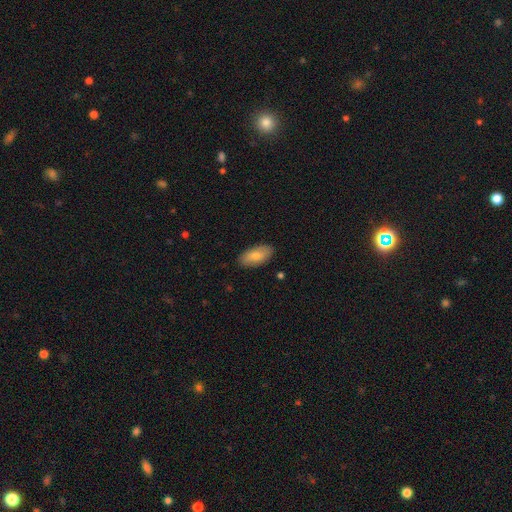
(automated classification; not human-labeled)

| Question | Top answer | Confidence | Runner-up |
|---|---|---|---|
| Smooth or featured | smooth | 76% | featured or disk (18%) |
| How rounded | in between | 92% | cigar-shaped (5%) |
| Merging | none | 87% | minor disturbance (10%) |